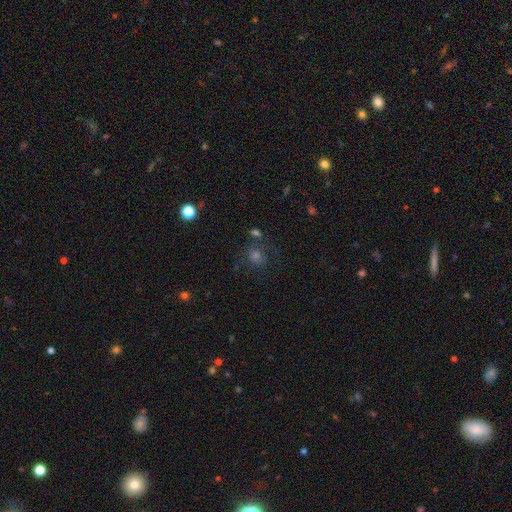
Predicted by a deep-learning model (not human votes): Overall: smooth (47%; star or artifact 32%). Merging: none (69%).